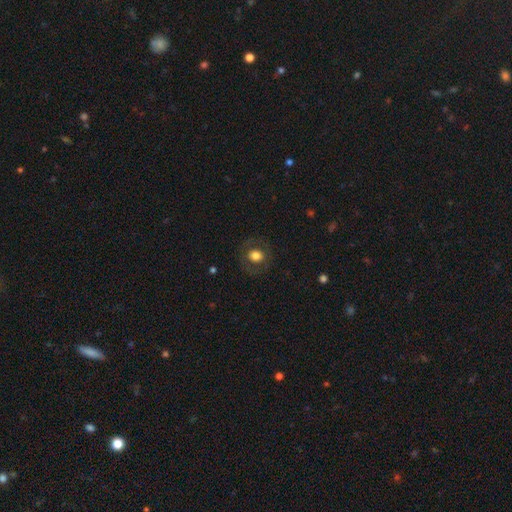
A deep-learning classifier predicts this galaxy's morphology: A smooth galaxy with no disk features (69%) that is round (74%).

Vote fractions:
- Smooth or featured? smooth: 69% / featured or disk: 22% / star or artifact: 9%
- How rounded? round: 74% / in between: 25% / cigar-shaped: 1%
- Merging? none: 84% / minor disturbance: 10% / major disturbance: 6% / merger: 1%